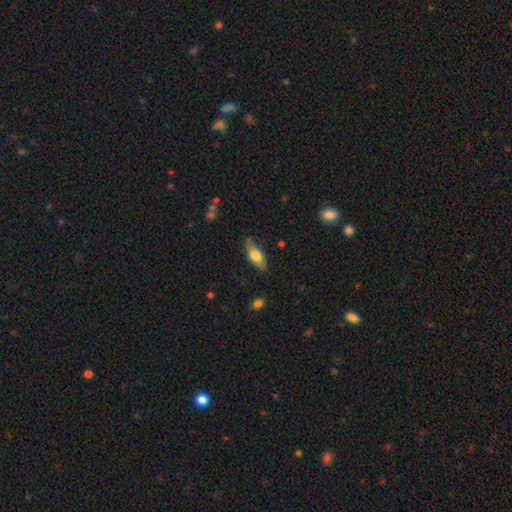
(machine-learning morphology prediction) smooth-or-featured: smooth: 66% | featured or disk: 28% | star or artifact: 6%
  how-rounded: in between: 71% | cigar-shaped: 26% | round: 3%
  merging: none: 69% | minor disturbance: 24% | major disturbance: 5% | merger: 2%